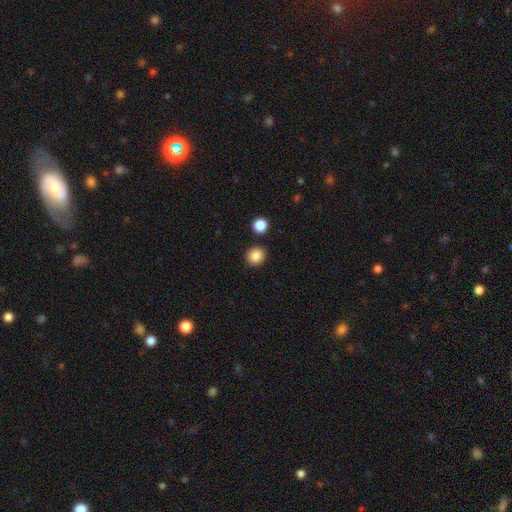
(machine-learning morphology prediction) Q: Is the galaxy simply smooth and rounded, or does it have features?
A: smooth — 87%.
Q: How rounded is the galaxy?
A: round — 90%.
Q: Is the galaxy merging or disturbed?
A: none — 89%.